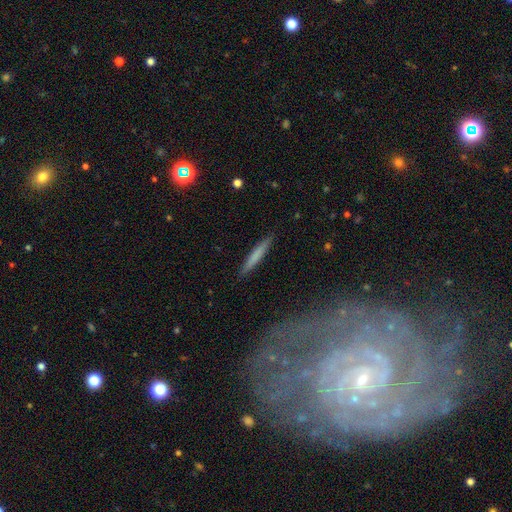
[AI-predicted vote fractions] Smooth or featured? Predicted: smooth (p=0.69). How rounded? Predicted: cigar-shaped (p=0.95). Merging? Predicted: none (p=0.90).